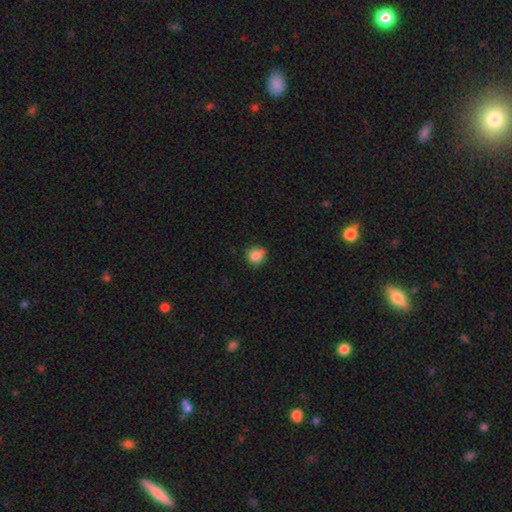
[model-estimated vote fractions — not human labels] A smooth galaxy with no disk features (84%) that is round (84%). Merging: none (68%).